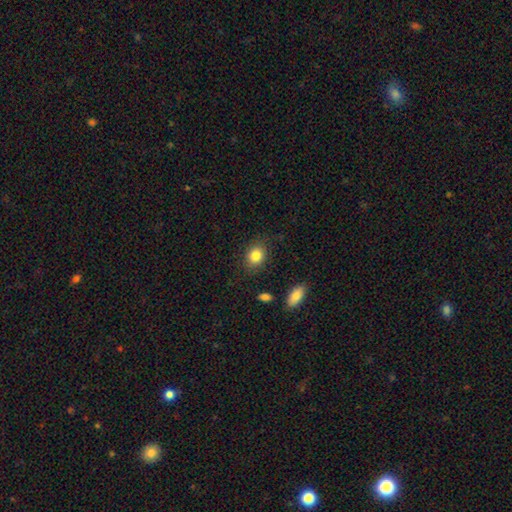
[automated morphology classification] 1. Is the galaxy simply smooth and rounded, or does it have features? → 84% smooth, 9% star or artifact, 7% featured or disk.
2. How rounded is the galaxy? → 52% round, 47% in between, 1% cigar-shaped.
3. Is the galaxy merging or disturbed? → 82% none, 13% minor disturbance, 4% major disturbance, 2% merger.